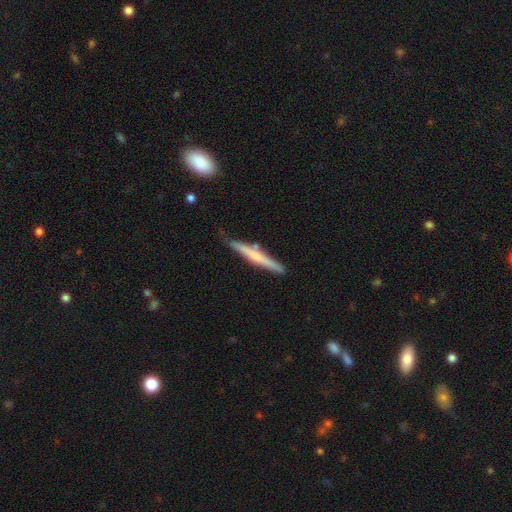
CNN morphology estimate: This is possibly a smooth galaxy (48%). Merging: likely none (80%).